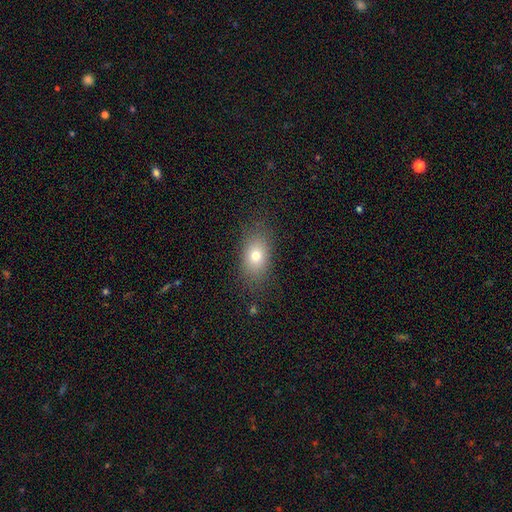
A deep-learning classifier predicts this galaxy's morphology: smooth 74%, featured or disk 14%, star or artifact 12%. Down the decision tree: how rounded — in between (79%); merging — none (82%).